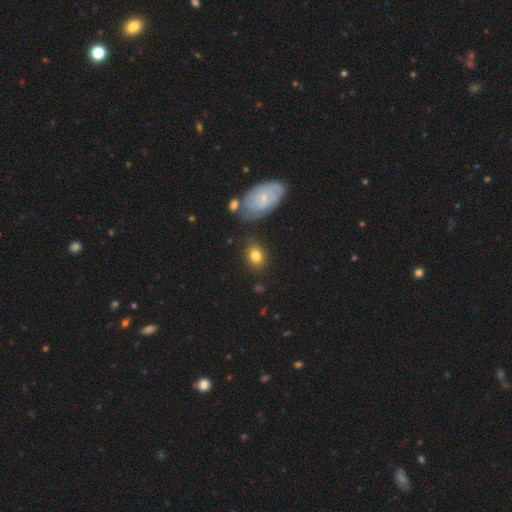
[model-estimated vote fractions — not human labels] A smooth galaxy with no disk features (77%) that is in between round and cigar-shaped (63%). Merging: none (79%).